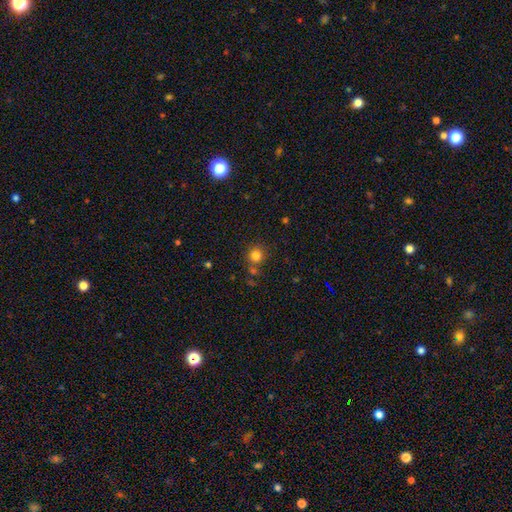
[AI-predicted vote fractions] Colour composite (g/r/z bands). It shows a smooth galaxy with no disk features (80%) that is round (91%). Merging: none (73%).